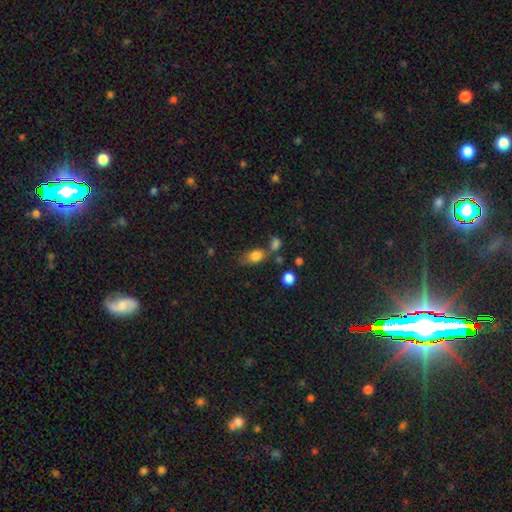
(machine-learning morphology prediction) A smooth galaxy with no disk features (81%) that is in between round and cigar-shaped (81%). Merging: none (53%).